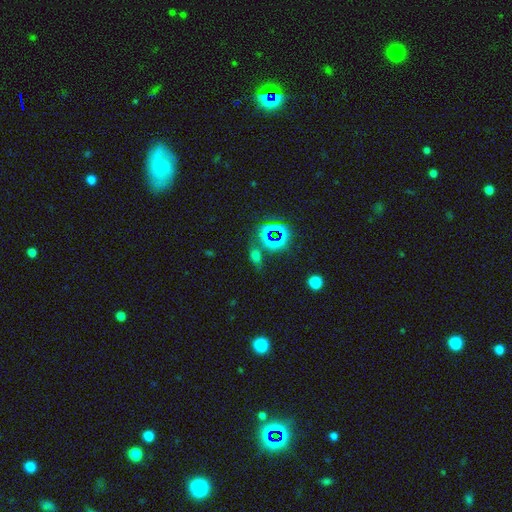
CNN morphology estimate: Smooth or featured? smooth (46%)
Merging? none (62%)